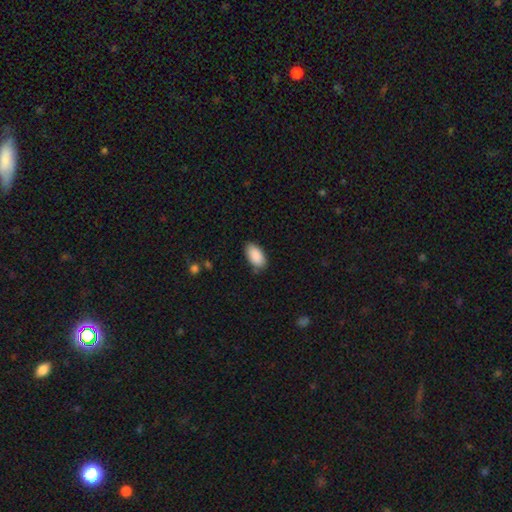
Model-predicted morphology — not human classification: Q: Smooth or featured?
A: smooth (90%); runner-up: star or artifact (6%)
Q: How rounded?
A: in between (95%); runner-up: round (3%)
Q: Merging?
A: none (82%); runner-up: minor disturbance (14%)